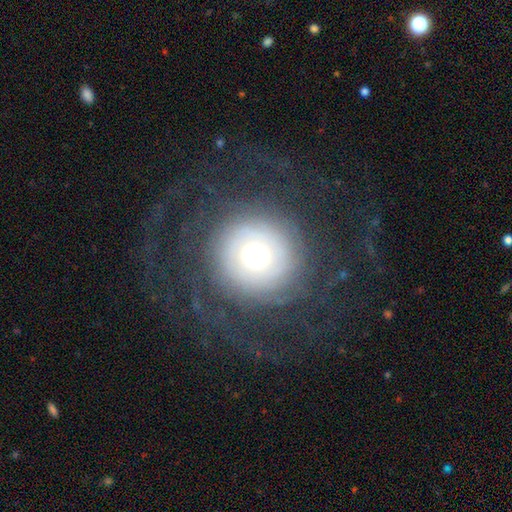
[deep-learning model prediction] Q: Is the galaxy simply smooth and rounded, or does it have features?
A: featured or disk — 57%.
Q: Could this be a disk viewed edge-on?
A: no — 96%.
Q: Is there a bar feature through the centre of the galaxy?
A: no — 86%.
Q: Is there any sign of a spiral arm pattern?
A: yes — 67%.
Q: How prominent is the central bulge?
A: moderate — 61%.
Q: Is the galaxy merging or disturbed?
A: none — 68%.